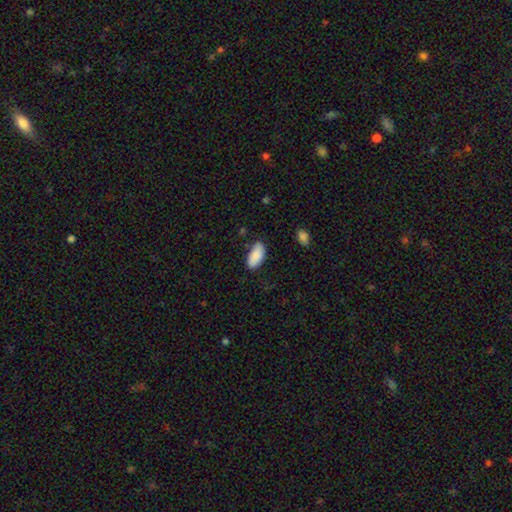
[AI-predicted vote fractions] Smooth or featured: smooth — 88% (star or artifact — 6%)
How rounded: in between — 93% (cigar-shaped — 5%)
Merging: none — 79% (minor disturbance — 15%)